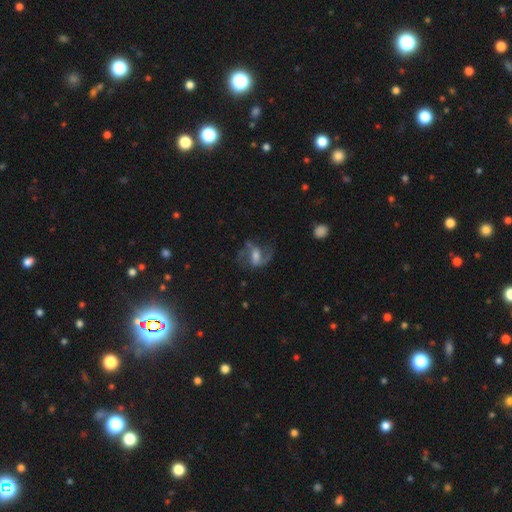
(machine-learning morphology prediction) smooth_or_featured: featured or disk (p=0.76) [alt: smooth p=0.17]
disk_edge_on: no (p=0.97) [alt: yes p=0.03]
bar: weak (p=0.47) [alt: strong p=0.30]
has_spiral_arms: yes (p=0.91) [alt: no p=0.09]
spiral_winding: medium (p=0.47) [alt: loose p=0.42]
spiral_arm_count: 2 (p=0.83) [alt: 1 p=0.07]
bulge_size: moderate (p=0.45) [alt: small p=0.26]
merging: none (p=0.59) [alt: major disturbance p=0.20]